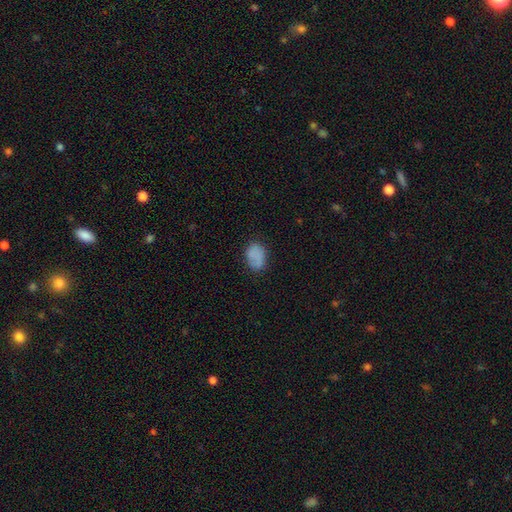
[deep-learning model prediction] A smooth galaxy with no disk features (82%) that is in between round and cigar-shaped (82%).

Vote fractions:
- Smooth or featured? smooth: 82% / star or artifact: 9% / featured or disk: 8%
- How rounded? in between: 82% / round: 17% / cigar-shaped: 1%
- Merging? none: 74% / minor disturbance: 19% / major disturbance: 5% / merger: 2%